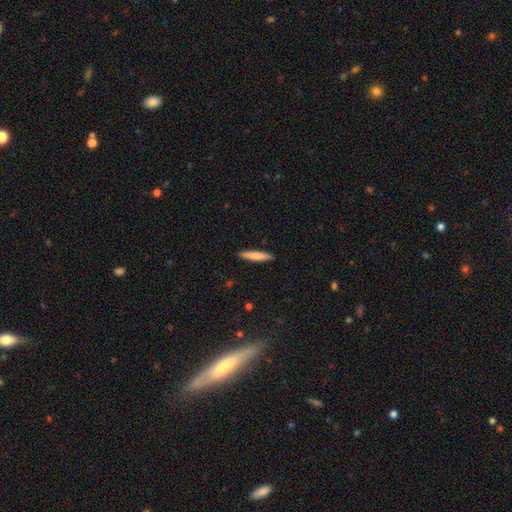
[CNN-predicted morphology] smooth-or-featured: smooth: 77% | featured or disk: 17% | star or artifact: 6%
  how-rounded: cigar-shaped: 92% | in between: 7% | round: 1%
  merging: none: 91% | minor disturbance: 7% | major disturbance: 1% | merger: 1%